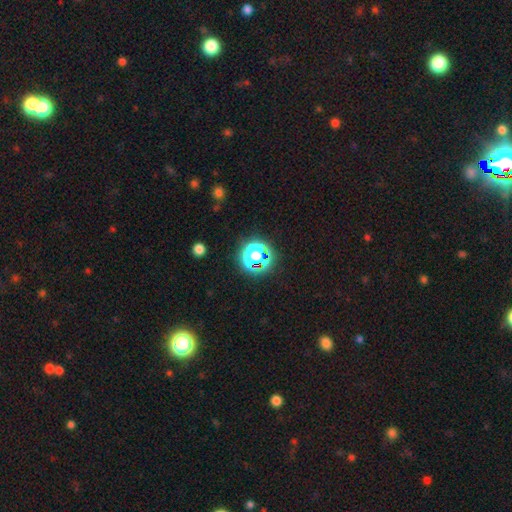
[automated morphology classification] A smooth galaxy with no disk features (45%).

Vote fractions:
- Smooth or featured? smooth: 45% / star or artifact: 44% / featured or disk: 12%
- Merging? none: 74% / minor disturbance: 14% / major disturbance: 7% / merger: 4%